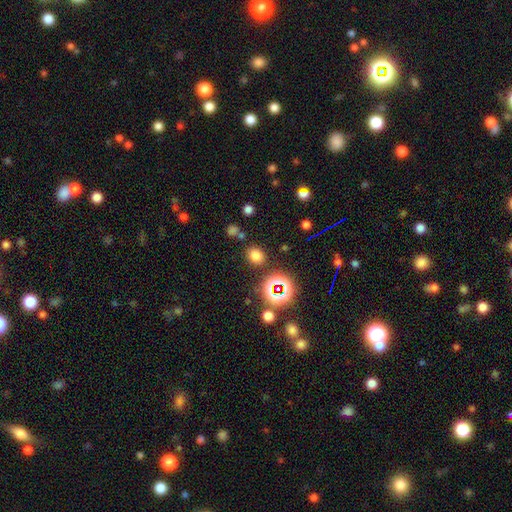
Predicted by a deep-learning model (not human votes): Smooth or featured? Predicted: smooth (p=0.72). How rounded? Predicted: round (p=0.57). Merging? Predicted: none (p=0.82).